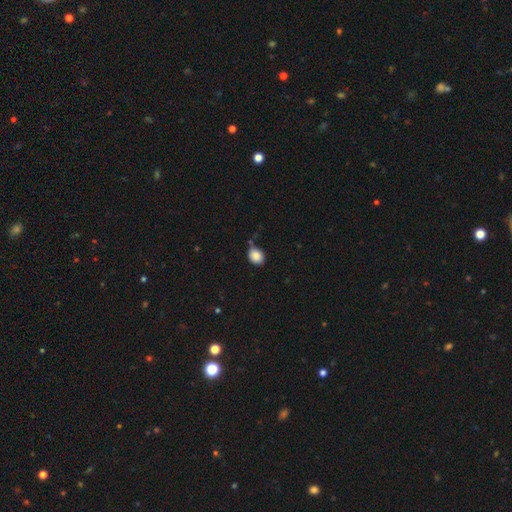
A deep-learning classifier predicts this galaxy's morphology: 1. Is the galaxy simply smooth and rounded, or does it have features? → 88% smooth, 9% star or artifact, 4% featured or disk.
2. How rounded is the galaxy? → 61% round, 38% in between, 1% cigar-shaped.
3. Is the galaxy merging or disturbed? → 67% none, 20% minor disturbance, 8% merger, 5% major disturbance.